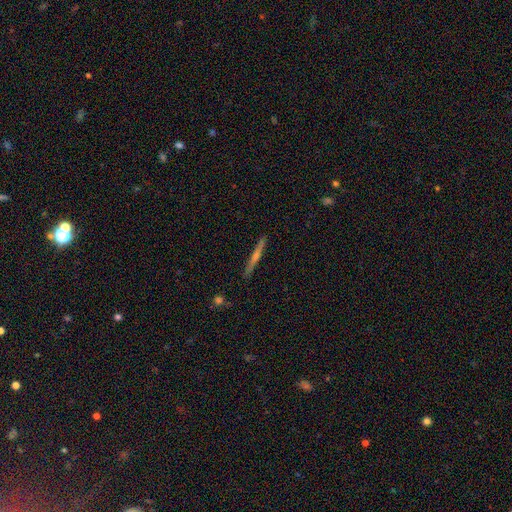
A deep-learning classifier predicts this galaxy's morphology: Smooth or featured? featured or disk (68%)
Edge-on disk? yes (98%)
Edge-on bulge? rounded (65%)
Merging? none (91%)